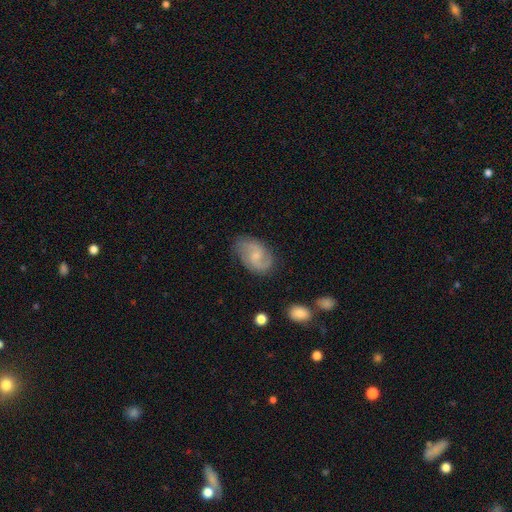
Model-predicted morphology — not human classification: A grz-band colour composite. It shows a featured or disk galaxy (76%) with a weak bar (50%), 2 (87%) medium (48%) spiral arms (95%) and a small central bulge (54%). Merging: none (75%).